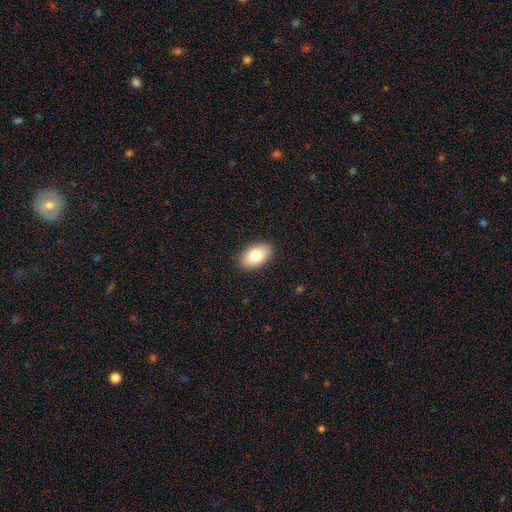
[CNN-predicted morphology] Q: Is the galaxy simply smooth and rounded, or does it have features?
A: smooth — 80%.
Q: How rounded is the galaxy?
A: in between — 92%.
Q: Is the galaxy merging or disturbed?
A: none — 90%.